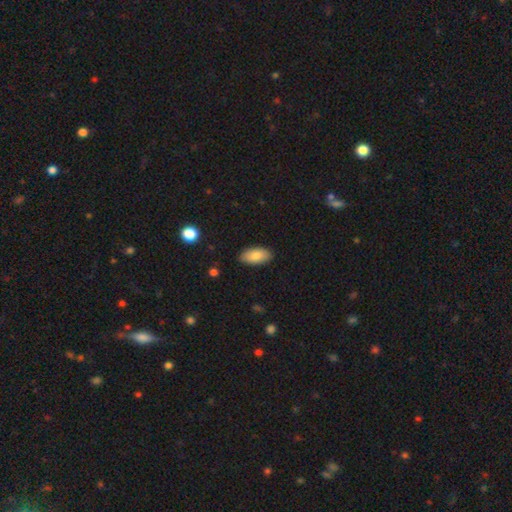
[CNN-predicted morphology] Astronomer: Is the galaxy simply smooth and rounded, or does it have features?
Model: smooth — 83%.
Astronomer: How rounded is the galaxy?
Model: in between — 93%.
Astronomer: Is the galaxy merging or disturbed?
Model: none — 87%.